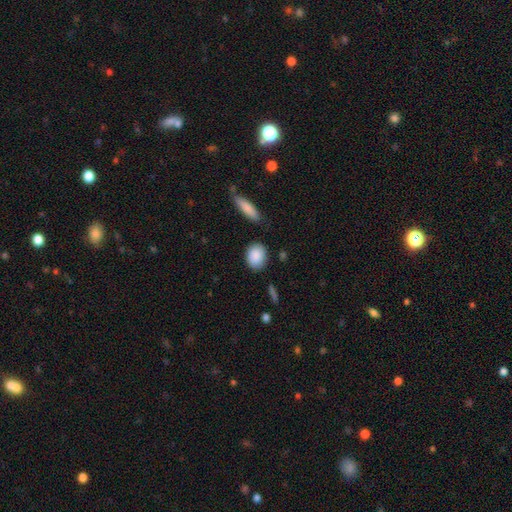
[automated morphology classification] Smooth or featured?
  - smooth: 89% *
  - star or artifact: 6%
  - featured or disk: 5%
How rounded?
  - in between: 59% *
  - round: 39%
  - cigar-shaped: 2%
Merging?
  - none: 82% *
  - minor disturbance: 12%
  - merger: 3%
  - major disturbance: 3%